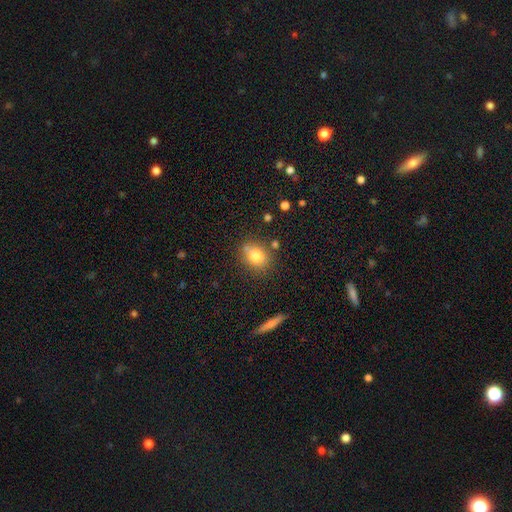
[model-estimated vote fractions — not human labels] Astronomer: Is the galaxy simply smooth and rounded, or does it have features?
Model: smooth — 78%.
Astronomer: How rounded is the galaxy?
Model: round — 57% (runner-up: in between, 42%).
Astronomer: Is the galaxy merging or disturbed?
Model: none — 74%.